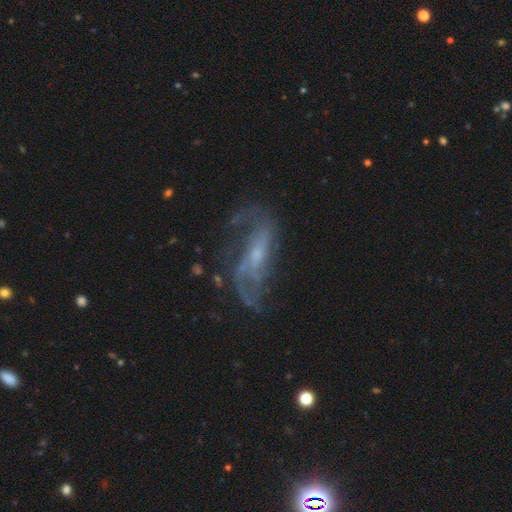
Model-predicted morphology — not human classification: Q: Smooth or featured?
A: featured or disk (80%); runner-up: smooth (11%)
Q: Edge-on disk?
A: no (90%); runner-up: yes (10%)
Q: Bar?
A: no (44%); runner-up: weak (39%)
Q: Spiral arms?
A: yes (87%); runner-up: no (13%)
Q: Spiral winding?
A: loose (52%); runner-up: medium (33%)
Q: Spiral arm count?
A: 2 (57%); runner-up: can't tell (20%)
Q: Bulge size?
A: small (64%); runner-up: moderate (24%)
Q: Merging?
A: none (56%); runner-up: major disturbance (21%)